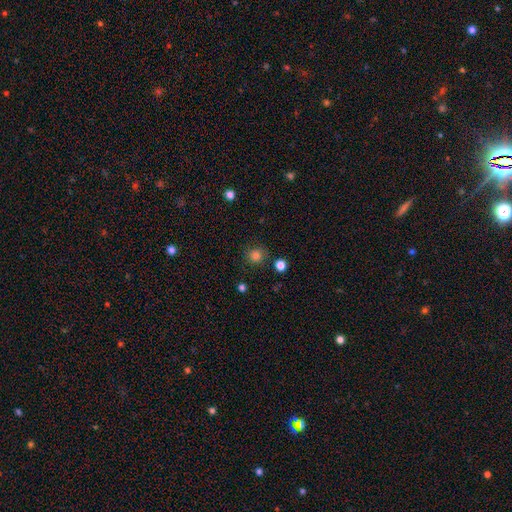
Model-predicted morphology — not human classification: A smooth galaxy with no disk features (83%) that is round (90%).

Vote fractions:
- Smooth or featured? smooth: 83% / star or artifact: 13% / featured or disk: 4%
- How rounded? round: 90% / in between: 9% / cigar-shaped: 1%
- Merging? none: 83% / minor disturbance: 10% / merger: 4% / major disturbance: 3%